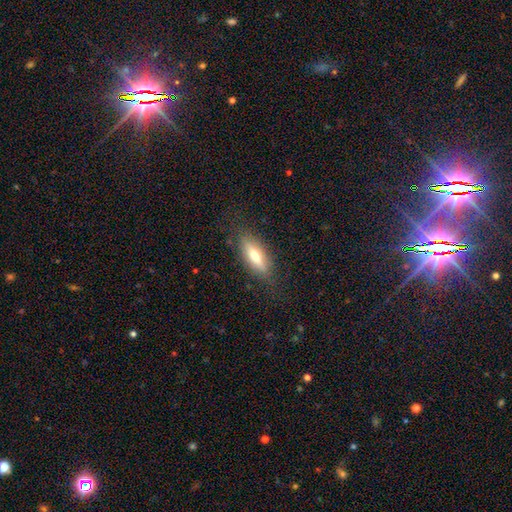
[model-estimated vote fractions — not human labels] Smooth or featured?
  - smooth: 53% *
  - featured or disk: 39%
  - star or artifact: 7%
How rounded?
  - in between: 57% *
  - cigar-shaped: 40%
  - round: 3%
Merging?
  - none: 82% *
  - minor disturbance: 13%
  - major disturbance: 4%
  - merger: 1%